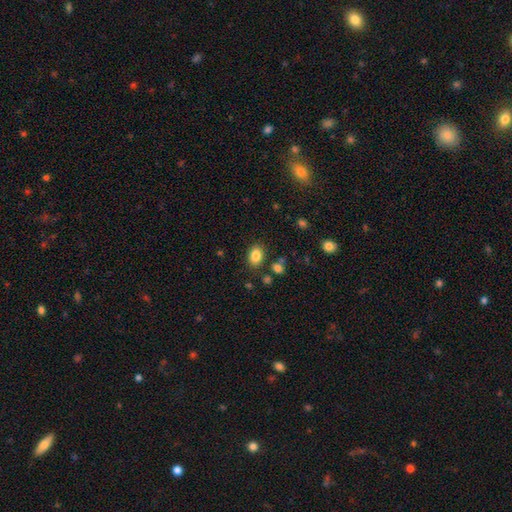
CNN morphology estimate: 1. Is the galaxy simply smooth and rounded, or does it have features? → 85% smooth, 9% star or artifact, 6% featured or disk.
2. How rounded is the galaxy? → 76% in between, 23% round, 1% cigar-shaped.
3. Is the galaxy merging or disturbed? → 82% none, 11% minor disturbance, 4% merger, 3% major disturbance.